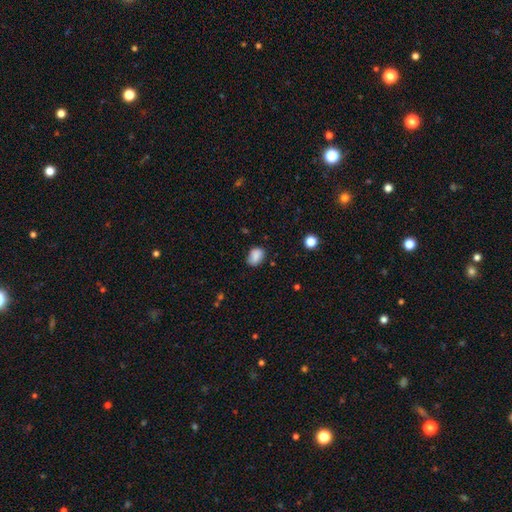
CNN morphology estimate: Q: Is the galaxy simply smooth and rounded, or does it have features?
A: smooth — 86%.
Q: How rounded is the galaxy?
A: in between — 76%.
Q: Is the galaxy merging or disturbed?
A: none — 75%.